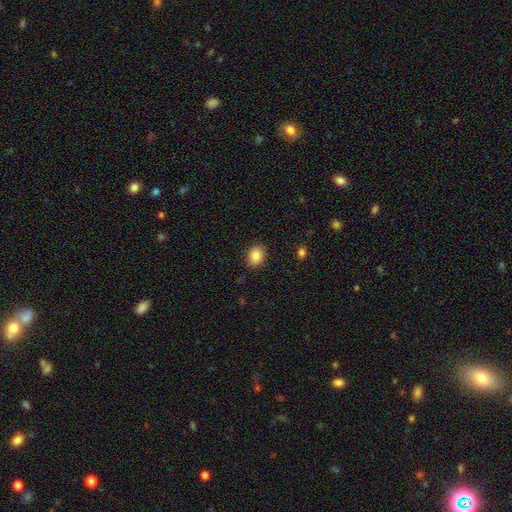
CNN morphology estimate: Smooth or featured? Predicted: smooth (p=0.87). How rounded? Predicted: in between (p=0.61). Merging? Predicted: none (p=0.86).